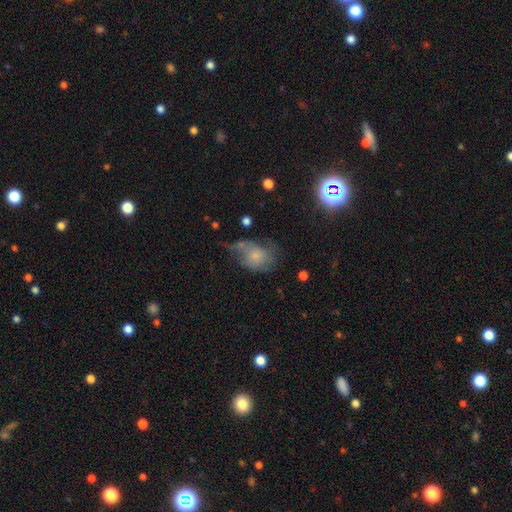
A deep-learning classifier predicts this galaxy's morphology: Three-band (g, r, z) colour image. It shows a smooth galaxy with no disk features (59%) that is in between round and cigar-shaped (72%). Merging: major disturbance (35%).